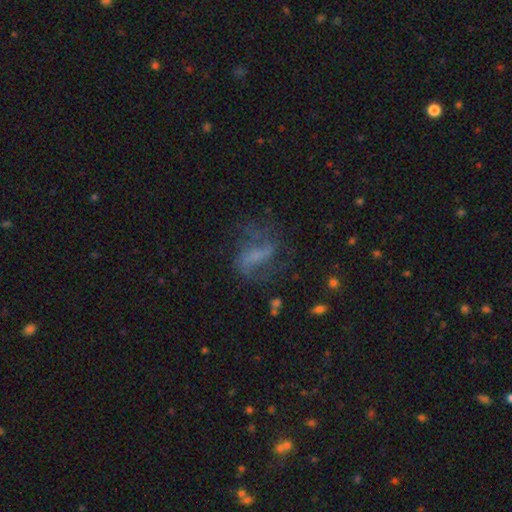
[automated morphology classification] This appears to be a featured or disk galaxy (61%) with a weak bar (41%), spiral arms (77%) and no central bulge (44%). Merging: none (52%).